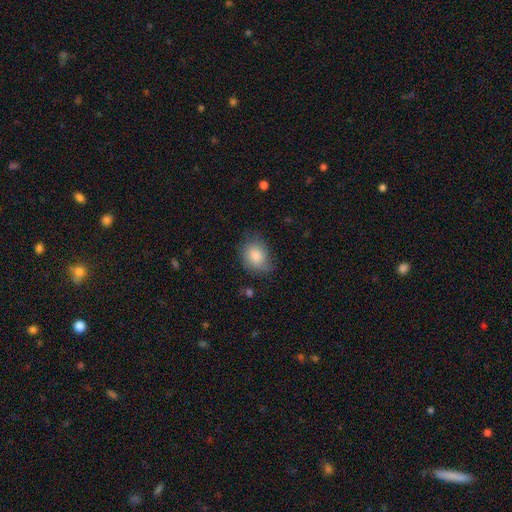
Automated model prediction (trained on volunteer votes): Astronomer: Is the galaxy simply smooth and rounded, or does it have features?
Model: smooth — 83%.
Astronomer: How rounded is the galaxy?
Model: in between — 61% (runner-up: round, 38%).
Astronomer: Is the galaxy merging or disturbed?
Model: none — 60%.